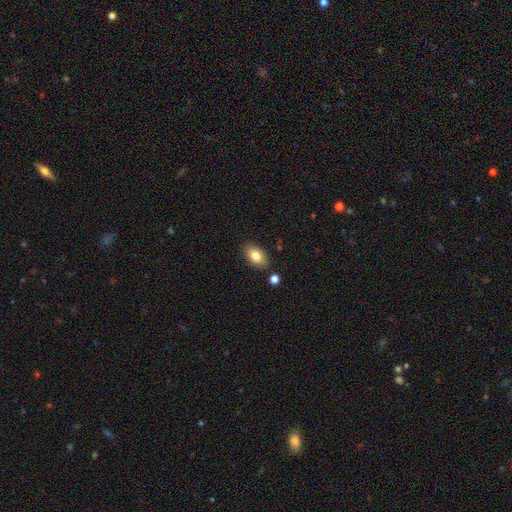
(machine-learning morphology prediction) Overall: smooth (82%). How rounded: in between (90%). Merging: none (84%).